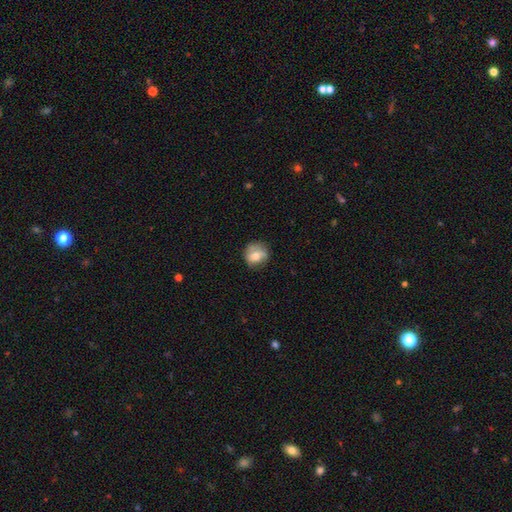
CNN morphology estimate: Smooth or featured?
  - smooth: 68% *
  - featured or disk: 22%
  - star or artifact: 9%
How rounded?
  - round: 76% *
  - in between: 23%
  - cigar-shaped: 1%
Merging?
  - none: 61% *
  - minor disturbance: 27%
  - major disturbance: 9%
  - merger: 3%